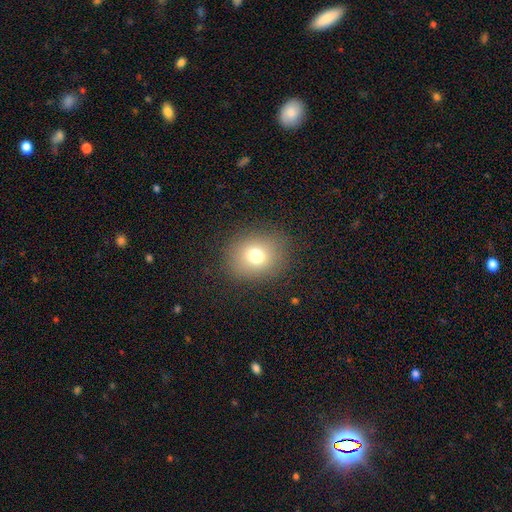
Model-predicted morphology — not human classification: This is likely a smooth galaxy (74%). How rounded: likely round (66%). Merging: clearly none (86%).